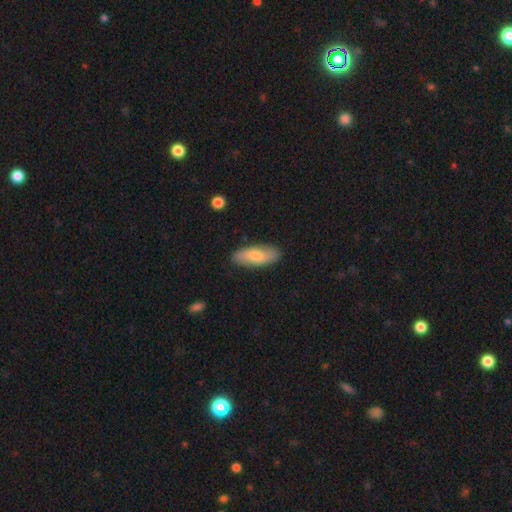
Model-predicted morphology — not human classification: A smooth galaxy with no disk features (67%) that is in between round and cigar-shaped (74%).

Vote fractions:
- Smooth or featured? smooth: 67% / featured or disk: 27% / star or artifact: 6%
- How rounded? in between: 74% / cigar-shaped: 24% / round: 3%
- Merging? none: 86% / minor disturbance: 11% / major disturbance: 2% / merger: 1%